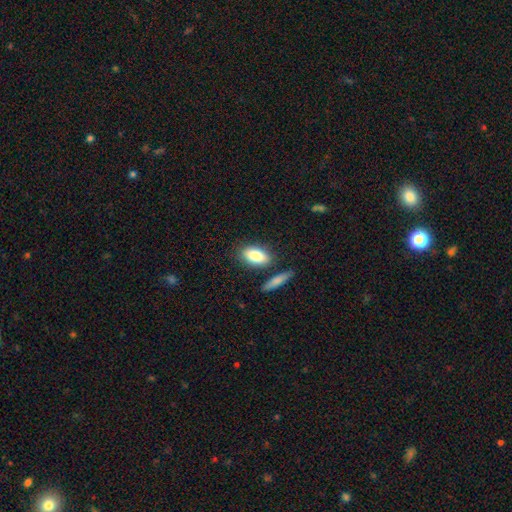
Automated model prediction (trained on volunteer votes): Smooth or featured? Predicted: smooth (p=0.82). How rounded? Predicted: in between (p=0.88). Merging? Predicted: none (p=0.75).